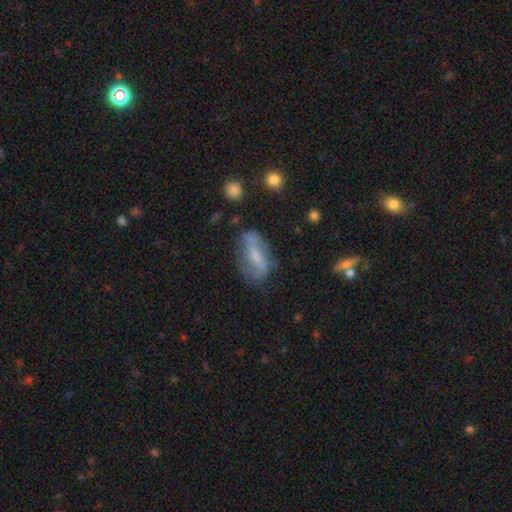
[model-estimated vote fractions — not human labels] Morphology: type=featured or disk (48%); merging=none (59%).